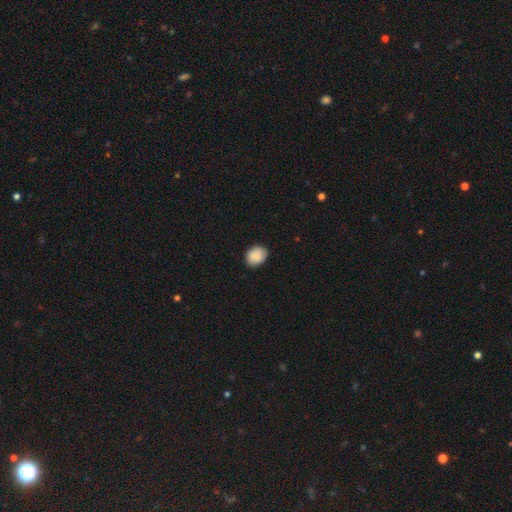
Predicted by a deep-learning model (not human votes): This appears to be a smooth galaxy with no disk features (85%) that is in between round and cigar-shaped (52%). Merging: none (81%).